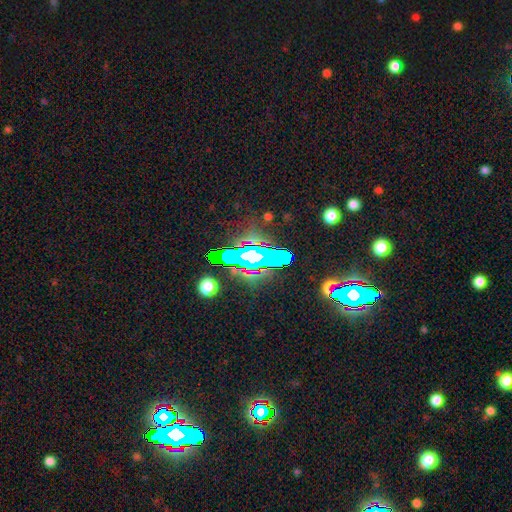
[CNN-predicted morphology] smooth-or-featured: star or artifact: 67% | featured or disk: 18% | smooth: 15%